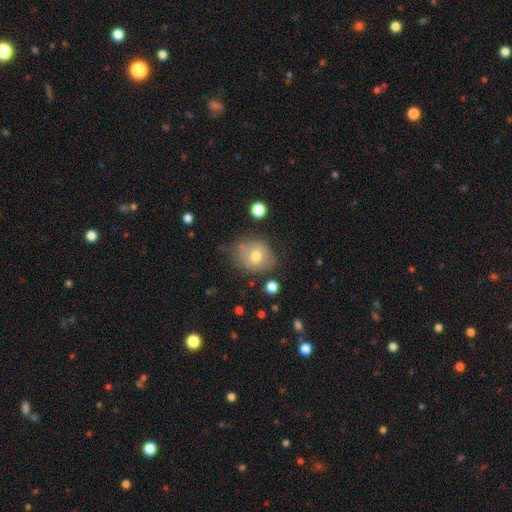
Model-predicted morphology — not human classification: This appears to be a smooth galaxy with no disk features (68%) that is round (59%). Merging: none (59%).